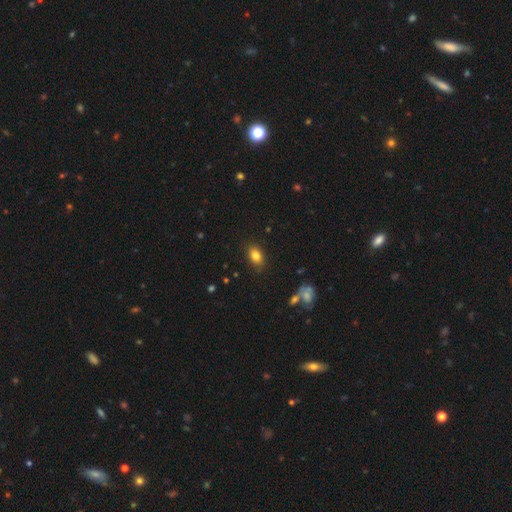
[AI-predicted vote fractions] Smooth or featured? Predicted: smooth (p=0.83). How rounded? Predicted: in between (p=0.82). Merging? Predicted: none (p=0.85).